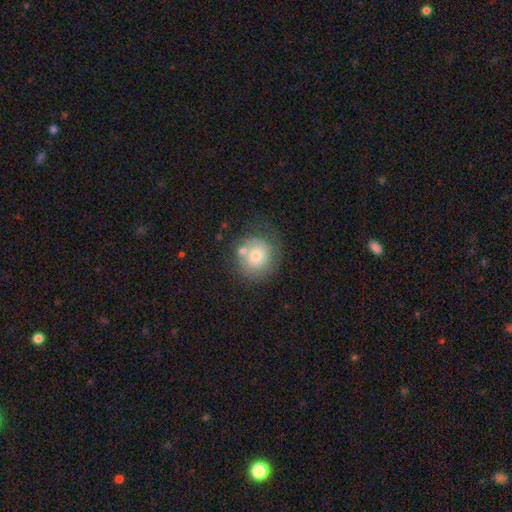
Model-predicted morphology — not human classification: Overall: smooth (67%). How rounded: round (84%). Merging: none (59%).